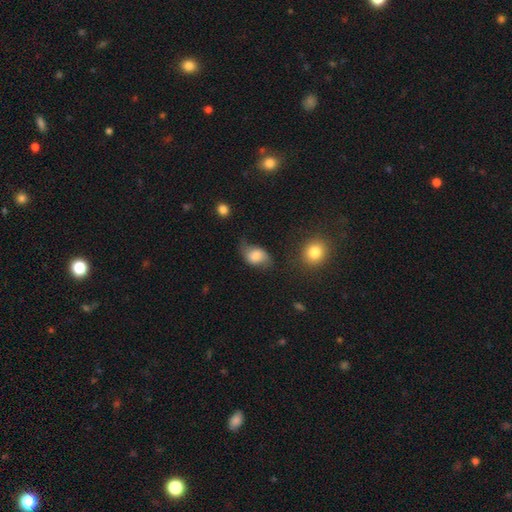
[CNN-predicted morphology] The model was most divided on "merging": none: 43%, minor disturbance: 34%, major disturbance: 19%, merger: 4%. More confident: how rounded — in between (71%); smooth or featured — smooth (65%).